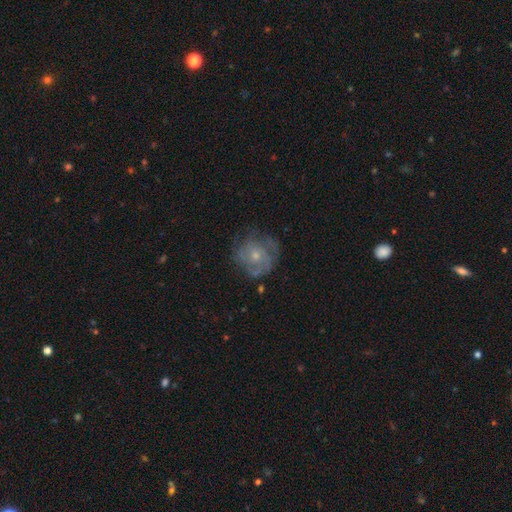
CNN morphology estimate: Smooth or featured? featured or disk (63%)
Edge-on disk? no (97%)
Bar? no (82%)
Spiral arms? yes (74%)
Bulge size? small (54%)
Merging? none (61%)